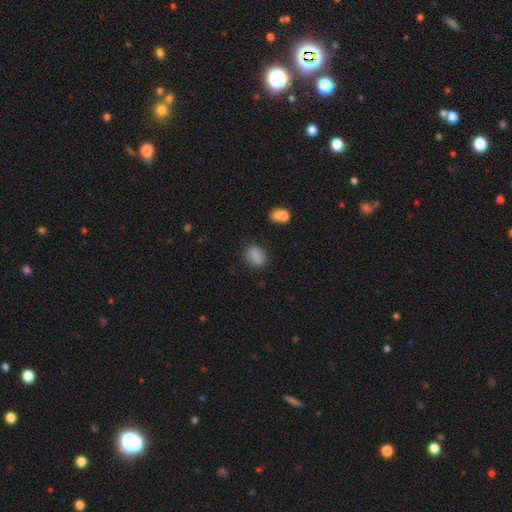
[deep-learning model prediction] smooth_or_featured: smooth (p=0.84) [alt: star or artifact p=0.10]
how_rounded: in between (p=0.67) [alt: round p=0.31]
merging: none (p=0.80) [alt: minor disturbance p=0.13]